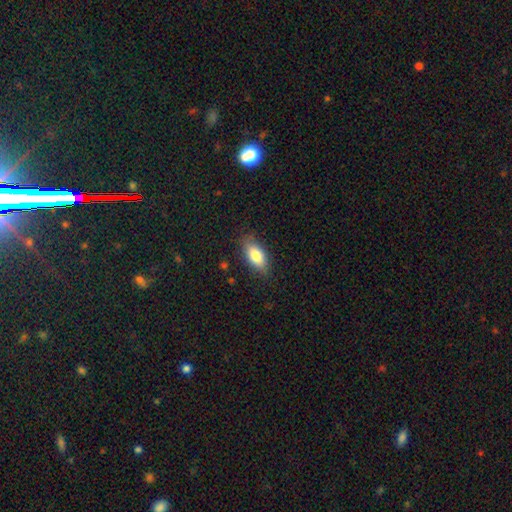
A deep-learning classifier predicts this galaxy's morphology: This appears to be a smooth galaxy with no disk features (81%) that is in between round and cigar-shaped (85%). Merging: none (83%).